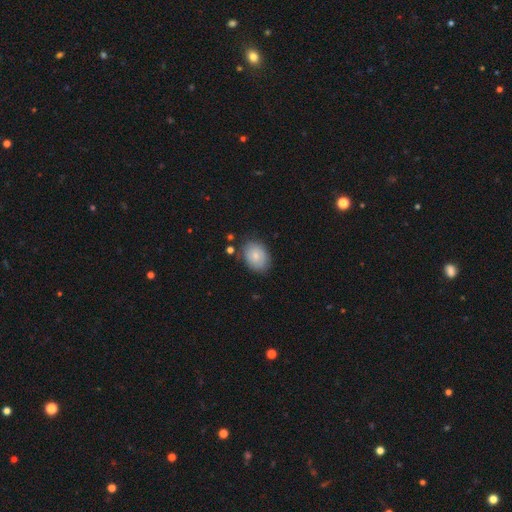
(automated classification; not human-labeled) Overall: smooth (76%). How rounded: in between (72%). Merging: none (80%).